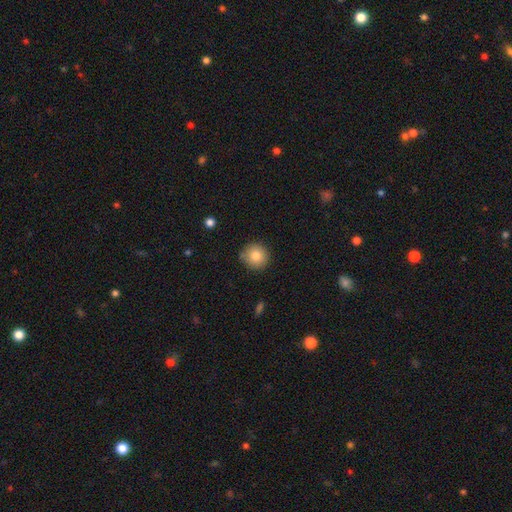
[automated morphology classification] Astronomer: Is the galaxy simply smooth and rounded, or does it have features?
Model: smooth — 82%.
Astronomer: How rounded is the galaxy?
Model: round — 94%.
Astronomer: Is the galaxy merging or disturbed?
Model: none — 87%.